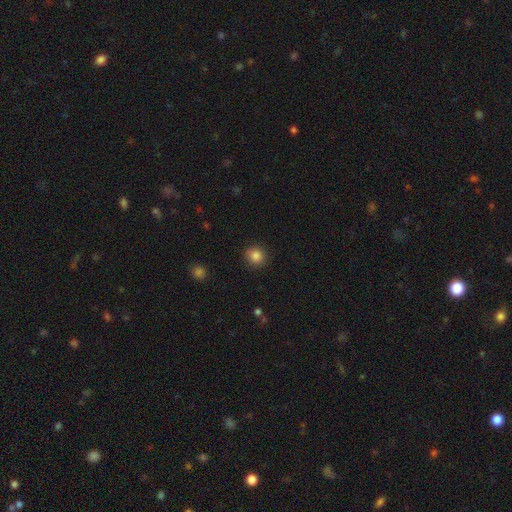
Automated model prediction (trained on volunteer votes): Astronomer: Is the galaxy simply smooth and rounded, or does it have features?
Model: smooth — 86%.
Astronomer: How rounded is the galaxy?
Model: round — 89%.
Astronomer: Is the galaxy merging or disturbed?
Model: none — 88%.